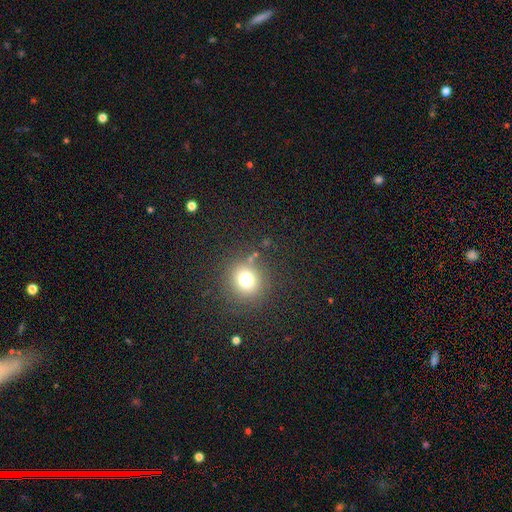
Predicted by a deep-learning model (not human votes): This appears to be a smooth galaxy with no disk features (69%) that is round (87%). Merging: none (85%).